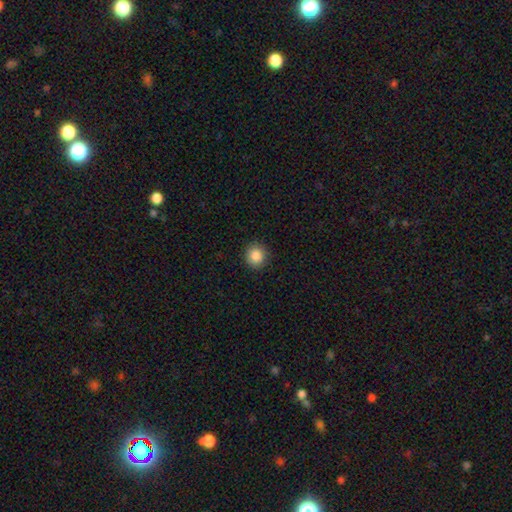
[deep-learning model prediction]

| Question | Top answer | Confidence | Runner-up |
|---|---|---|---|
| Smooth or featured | smooth | 87% | star or artifact (9%) |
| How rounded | round | 91% | in between (8%) |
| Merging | none | 91% | minor disturbance (6%) |